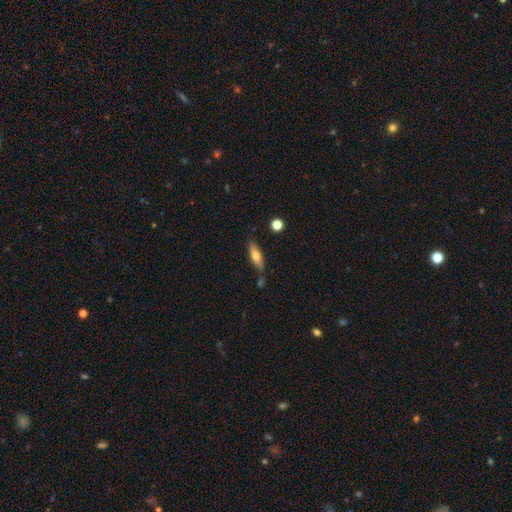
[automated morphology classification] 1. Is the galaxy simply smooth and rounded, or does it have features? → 63% smooth, 30% featured or disk, 7% star or artifact.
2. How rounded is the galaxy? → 49% cigar-shaped, 48% in between, 3% round.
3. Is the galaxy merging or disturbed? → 73% none, 16% minor disturbance, 7% merger, 4% major disturbance.